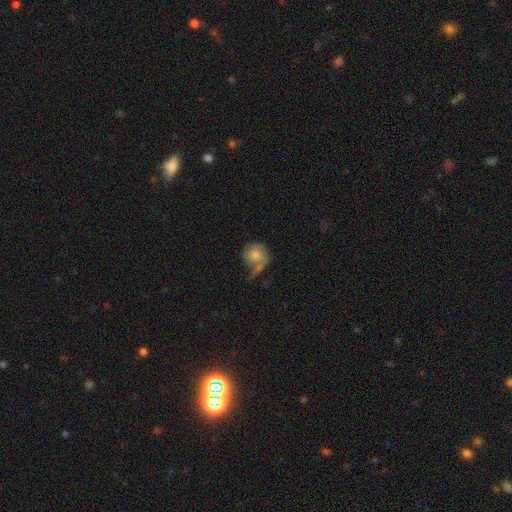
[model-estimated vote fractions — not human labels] Smooth or featured? smooth (54%)
How rounded? round (78%)
Merging? none (37%)